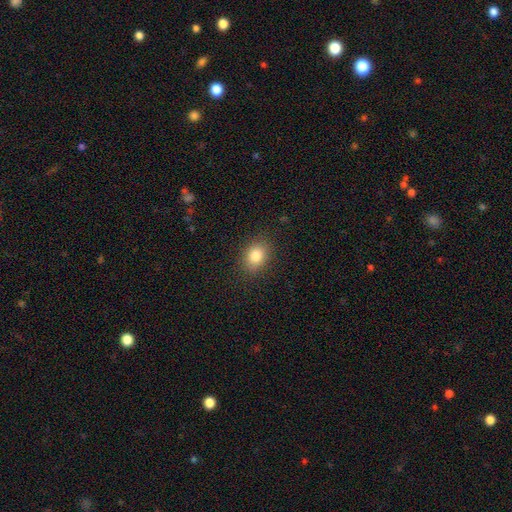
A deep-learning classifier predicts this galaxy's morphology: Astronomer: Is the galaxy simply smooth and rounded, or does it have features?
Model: smooth — 83%.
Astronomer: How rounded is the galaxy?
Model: in between — 61% (runner-up: round, 38%).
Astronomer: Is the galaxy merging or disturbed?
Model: none — 87%.